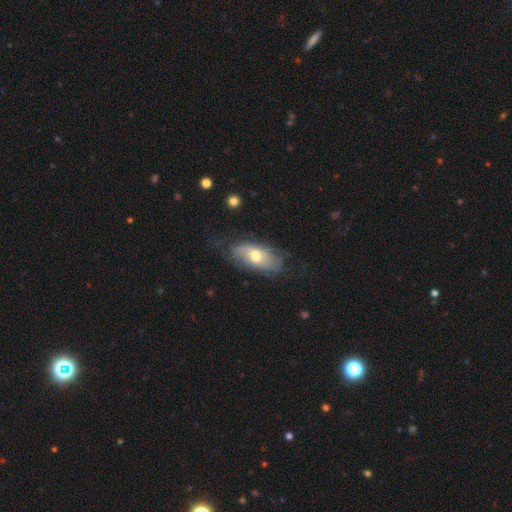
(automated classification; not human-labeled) Smooth or featured: featured or disk — 48% (smooth — 45%)
Merging: none — 62% (minor disturbance — 26%)